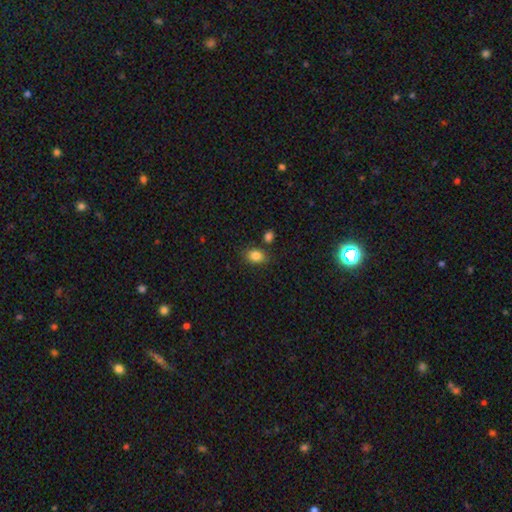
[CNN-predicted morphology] type=smooth (84%); roundness=in between (71%); merging=none (75%).